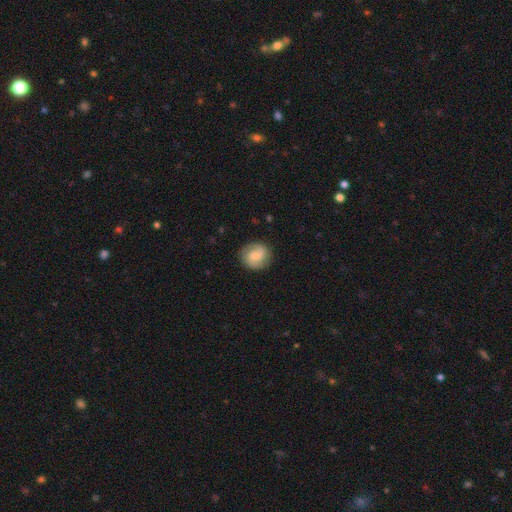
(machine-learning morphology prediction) Q: Smooth or featured?
A: featured or disk (48%); runner-up: smooth (44%)
Q: Merging?
A: none (86%); runner-up: minor disturbance (10%)